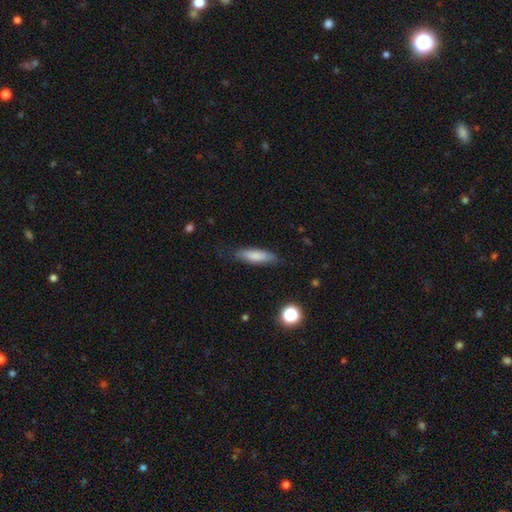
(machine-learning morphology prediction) smooth-or-featured: smooth: 81% | featured or disk: 12% | star or artifact: 6%
  how-rounded: cigar-shaped: 56% | in between: 42% | round: 2%
  merging: none: 78% | minor disturbance: 17% | major disturbance: 4% | merger: 1%